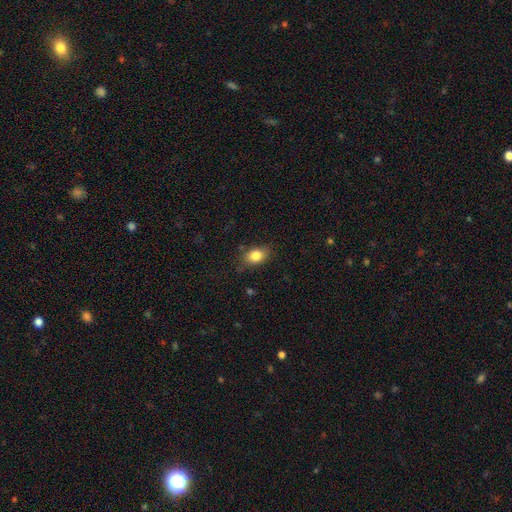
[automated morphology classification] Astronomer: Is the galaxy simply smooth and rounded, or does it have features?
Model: smooth — 83%.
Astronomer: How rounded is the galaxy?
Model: in between — 75%.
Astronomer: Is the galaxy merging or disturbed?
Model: none — 77%.